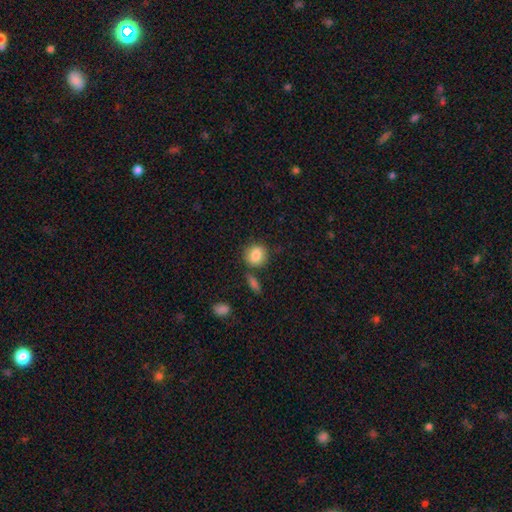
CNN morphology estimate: Smooth or featured? Predicted: smooth (p=0.85). How rounded? Predicted: round (p=0.72). Merging? Predicted: none (p=0.72).